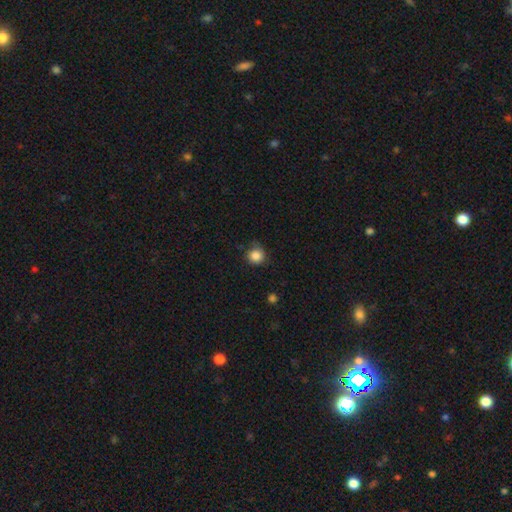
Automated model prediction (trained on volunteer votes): Smooth or featured? smooth (86%)
How rounded? round (94%)
Merging? none (76%)